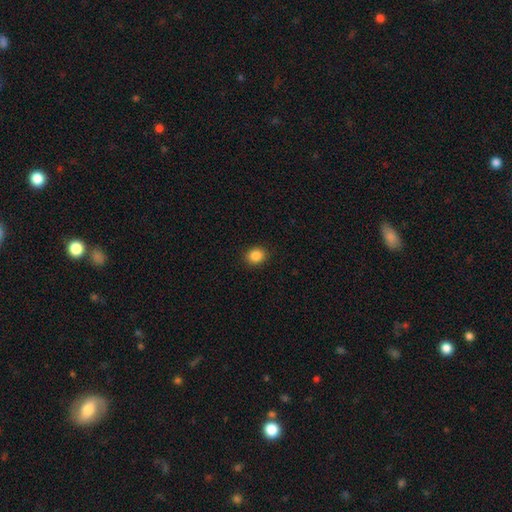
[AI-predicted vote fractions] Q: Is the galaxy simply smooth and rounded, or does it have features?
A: smooth — 87%.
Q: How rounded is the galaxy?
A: round — 63%.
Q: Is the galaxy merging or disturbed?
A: none — 91%.